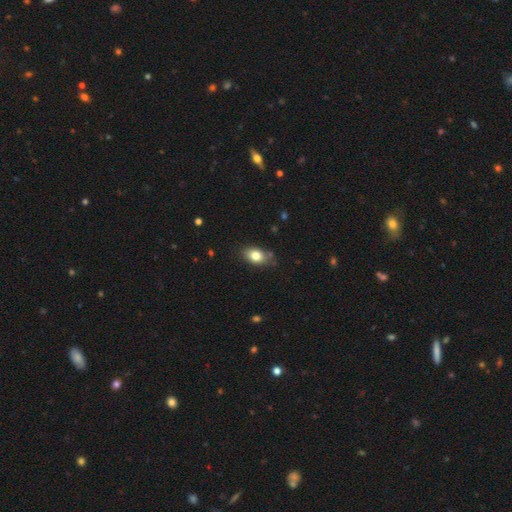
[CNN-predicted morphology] The model was most divided on "merging": none: 76%, minor disturbance: 17%, major disturbance: 3%, merger: 3%. More confident: how rounded — in between (83%); smooth or featured — smooth (80%).